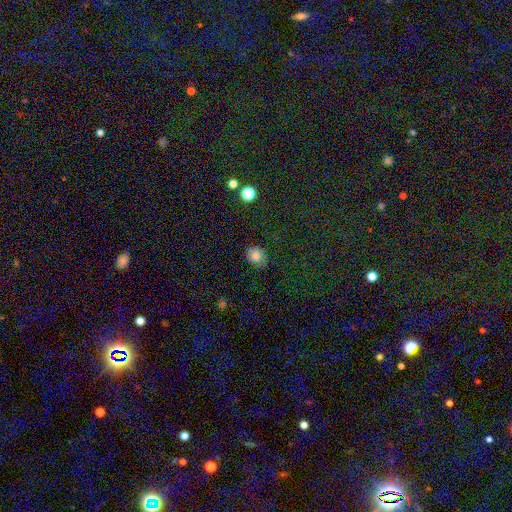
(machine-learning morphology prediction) Smooth or featured? smooth (81%)
How rounded? round (68%)
Merging? none (81%)